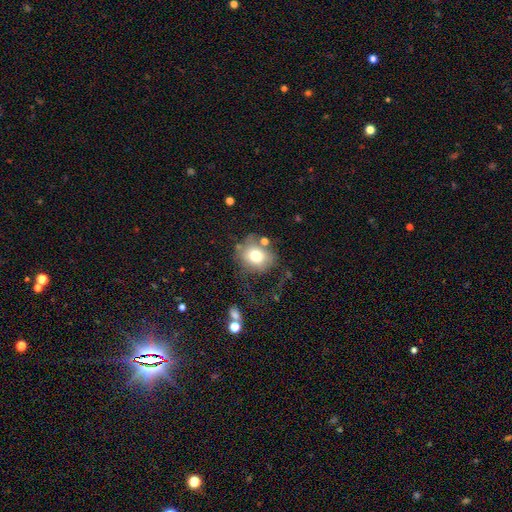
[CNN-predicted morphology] Q: Smooth or featured?
A: smooth (71%); runner-up: featured or disk (18%)
Q: How rounded?
A: round (72%); runner-up: in between (27%)
Q: Merging?
A: none (53%); runner-up: minor disturbance (20%)